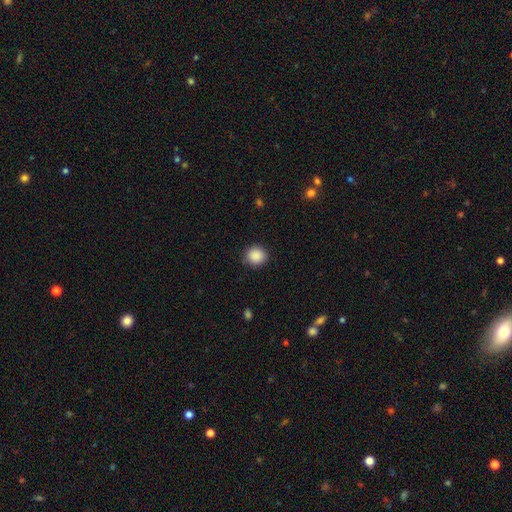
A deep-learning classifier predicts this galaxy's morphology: This is clearly a smooth galaxy (89%). How rounded: clearly round (88%). Merging: clearly none (89%).